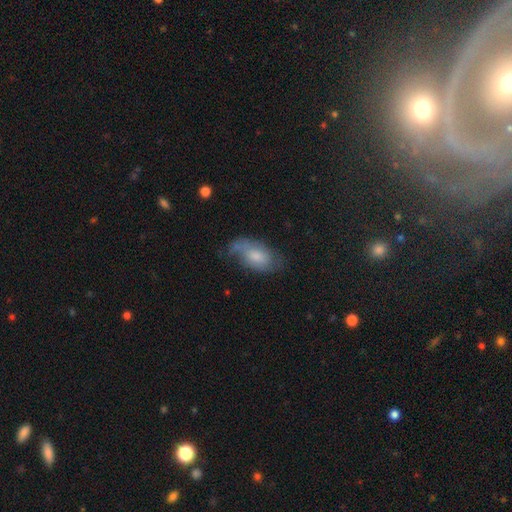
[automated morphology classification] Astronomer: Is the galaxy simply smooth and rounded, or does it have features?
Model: smooth — 54% (runner-up: featured or disk, 39%).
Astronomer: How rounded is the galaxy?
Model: in between — 91%.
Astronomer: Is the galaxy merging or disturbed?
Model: none — 48% (runner-up: minor disturbance, 32%).